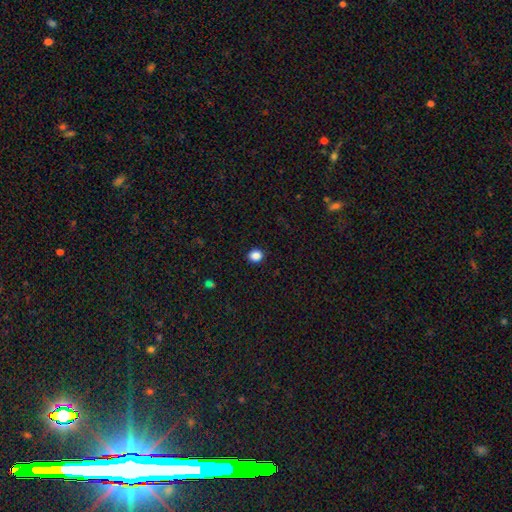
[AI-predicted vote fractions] Smooth or featured? smooth (86%)
How rounded? round (75%)
Merging? none (92%)